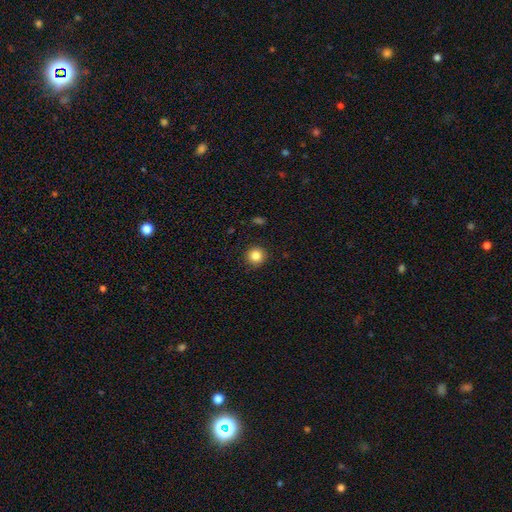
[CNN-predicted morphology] Overall: smooth (85%). How rounded: round (95%). Merging: none (92%).